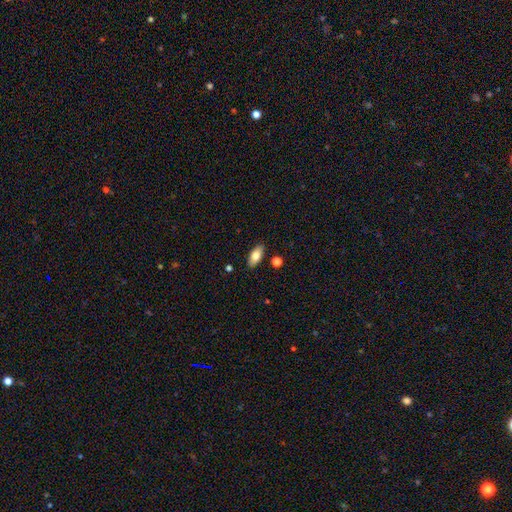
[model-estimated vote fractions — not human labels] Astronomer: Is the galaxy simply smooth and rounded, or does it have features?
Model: smooth — 78%.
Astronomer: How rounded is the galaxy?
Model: in between — 89%.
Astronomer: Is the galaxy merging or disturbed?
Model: none — 86%.